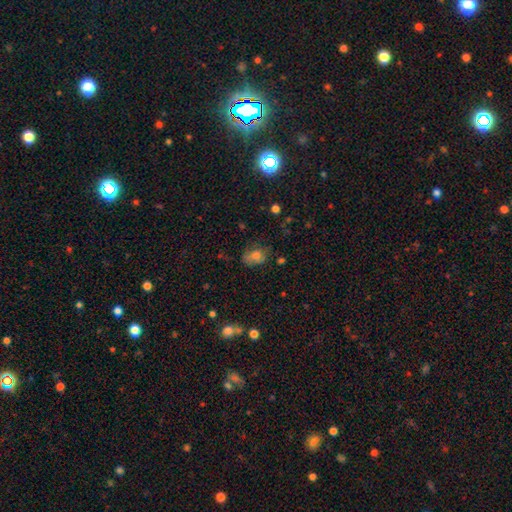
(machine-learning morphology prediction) The model was most divided on "merging": none: 58%, minor disturbance: 26%, major disturbance: 12%, merger: 4%. More confident: how rounded — in between (68%); smooth or featured — smooth (65%).